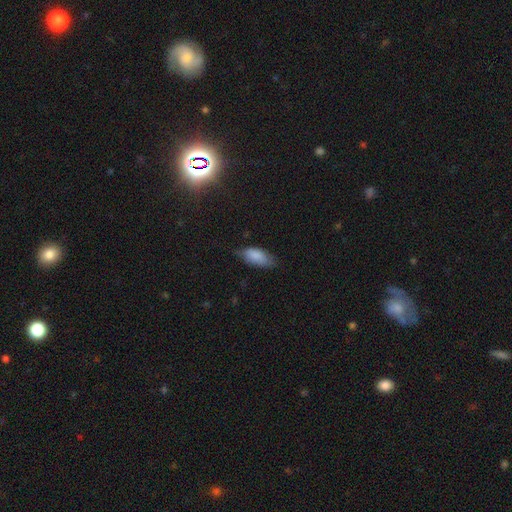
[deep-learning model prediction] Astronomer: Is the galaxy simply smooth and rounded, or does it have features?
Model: smooth — 84%.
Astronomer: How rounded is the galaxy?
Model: in between — 88%.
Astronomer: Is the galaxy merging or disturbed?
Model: none — 58% (runner-up: minor disturbance, 33%).